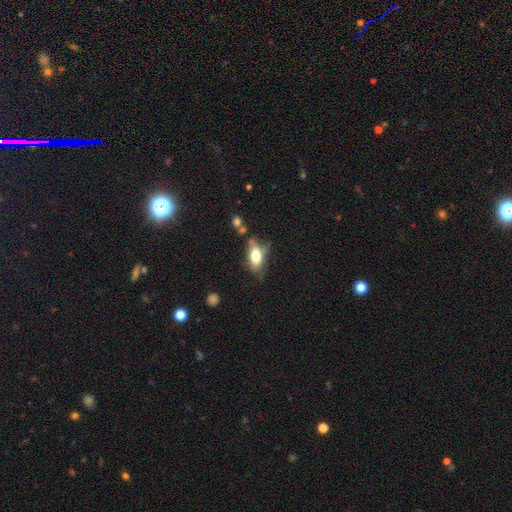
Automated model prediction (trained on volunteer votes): Smooth or featured?
  - smooth: 67% *
  - featured or disk: 25%
  - star or artifact: 9%
How rounded?
  - in between: 85% *
  - cigar-shaped: 8%
  - round: 7%
Merging?
  - none: 47% *
  - minor disturbance: 28%
  - major disturbance: 14%
  - merger: 11%